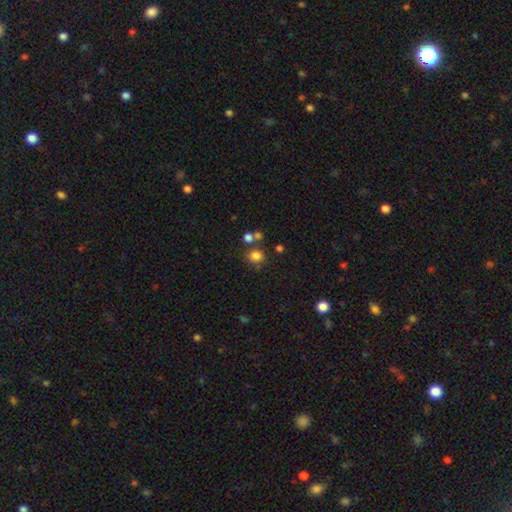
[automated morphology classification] Overall: smooth (80%). How rounded: round (78%). Merging: none (71%).